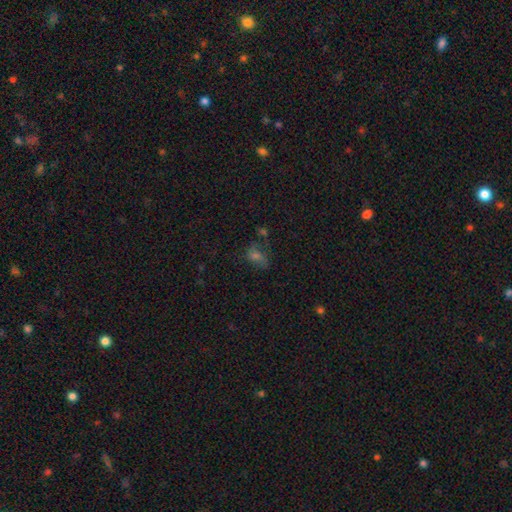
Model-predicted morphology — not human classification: Smooth or featured? smooth (50%)
Merging? none (45%)